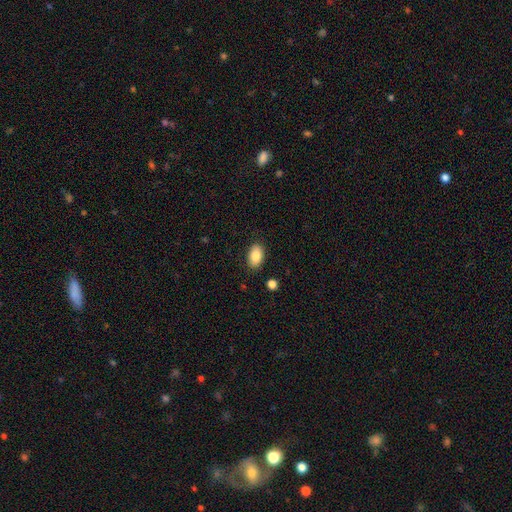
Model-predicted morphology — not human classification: Smooth or featured? Predicted: smooth (p=0.86). How rounded? Predicted: in between (p=0.92). Merging? Predicted: none (p=0.87).